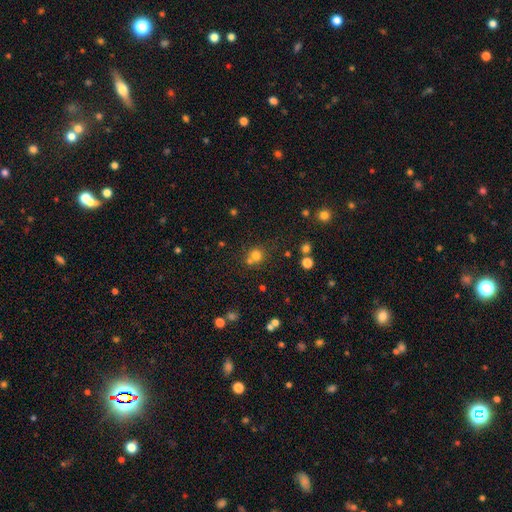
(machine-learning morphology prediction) Smooth or featured? Predicted: smooth (p=0.74). How rounded? Predicted: round (p=0.87). Merging? Predicted: none (p=0.58).